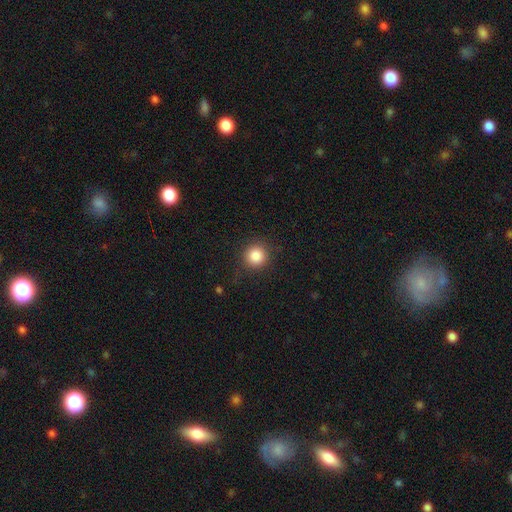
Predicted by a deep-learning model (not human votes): Smooth or featured: smooth — 85% (star or artifact — 10%)
How rounded: round — 94% (in between — 6%)
Merging: none — 87% (minor disturbance — 9%)